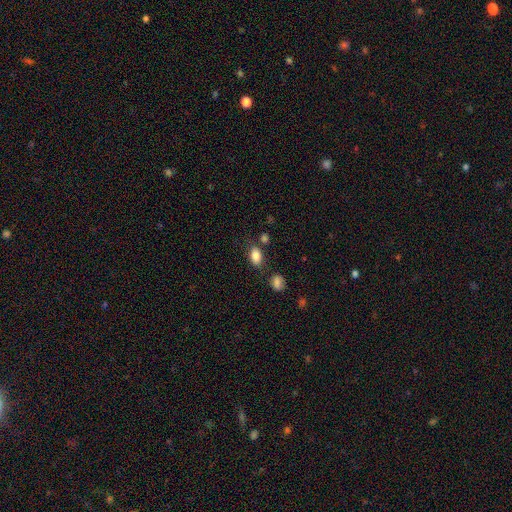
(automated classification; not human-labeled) Morphology: type=smooth (84%); roundness=in between (88%); merging=none (73%).